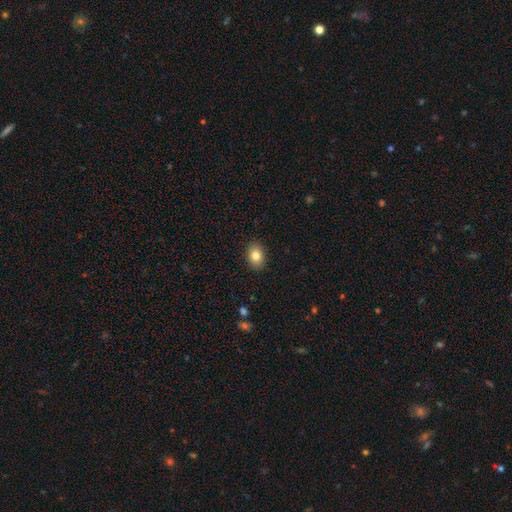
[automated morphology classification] Smooth or featured: smooth — 83% (star or artifact — 9%)
How rounded: in between — 77% (round — 22%)
Merging: none — 89% (minor disturbance — 8%)